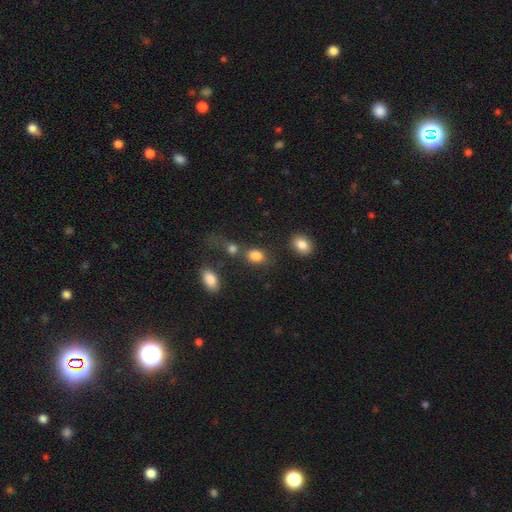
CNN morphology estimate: Smooth or featured? smooth (85%)
How rounded? in between (69%)
Merging? none (58%)